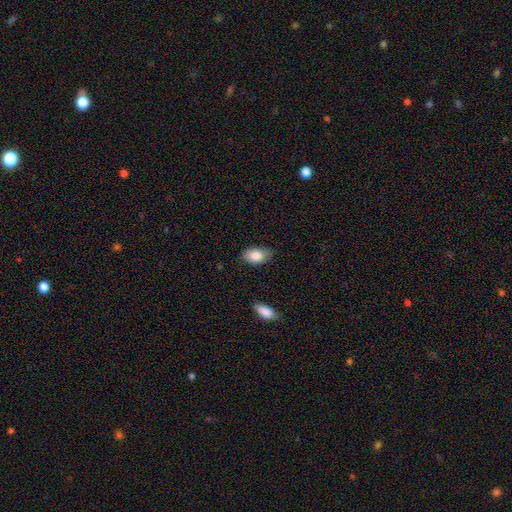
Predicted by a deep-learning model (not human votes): smooth 84%, featured or disk 9%, star or artifact 7%. Down the decision tree: how rounded — in between (92%); merging — none (77%).